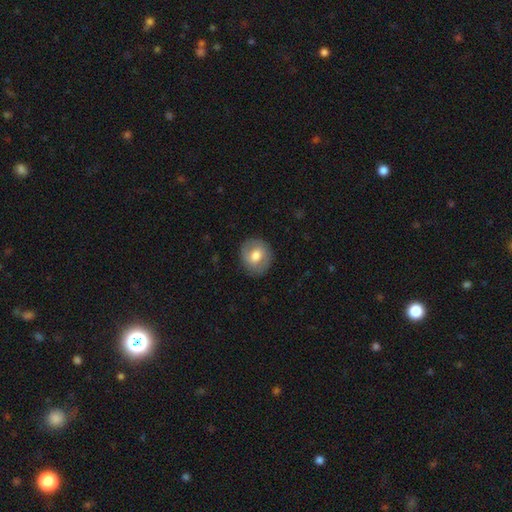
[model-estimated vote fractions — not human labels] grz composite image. It shows a smooth galaxy with no disk features (66%) that is round (80%). Merging: none (86%).